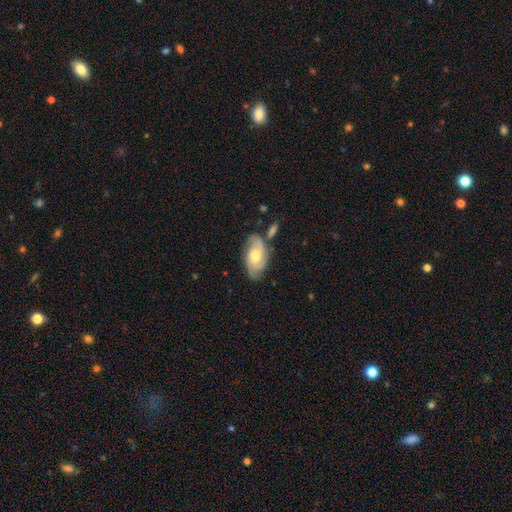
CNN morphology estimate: Smooth or featured? Predicted: featured or disk (p=0.68). Edge-on disk? Predicted: no (p=0.95). Bar? Predicted: no (p=0.61). Spiral arms? Predicted: yes (p=0.91). Spiral winding? Predicted: medium (p=0.43). Spiral arm count? Predicted: 2 (p=0.59). Bulge size? Predicted: moderate (p=0.63). Merging? Predicted: none (p=0.65).